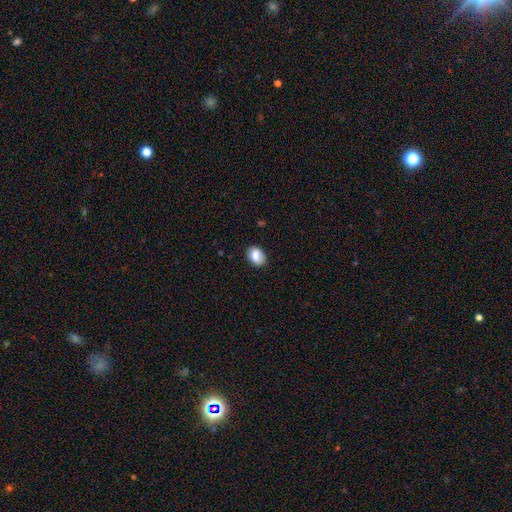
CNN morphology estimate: Overall: smooth (85%). How rounded: in between (73%). Merging: none (82%).